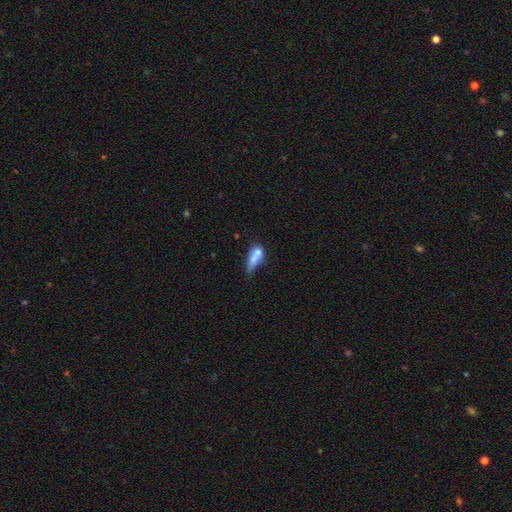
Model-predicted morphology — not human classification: A smooth galaxy with no disk features (62%) that is in between round and cigar-shaped (63%).

Vote fractions:
- Smooth or featured? smooth: 62% / featured or disk: 27% / star or artifact: 10%
- How rounded? in between: 63% / cigar-shaped: 27% / round: 10%
- Merging? merger: 42% / none: 24% / minor disturbance: 19% / major disturbance: 16%